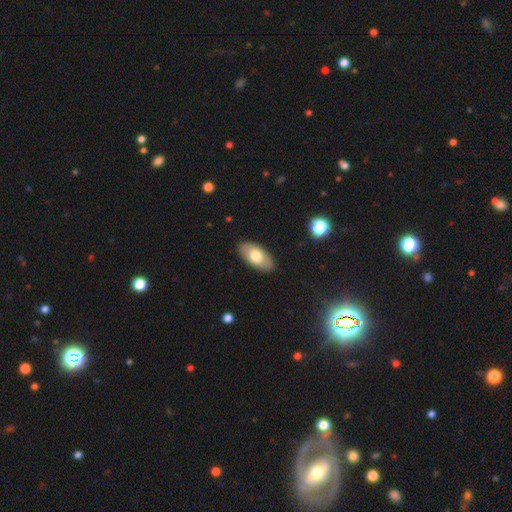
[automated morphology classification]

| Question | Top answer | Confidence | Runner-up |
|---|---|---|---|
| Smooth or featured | smooth | 69% | featured or disk (25%) |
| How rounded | in between | 93% | cigar-shaped (4%) |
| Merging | none | 88% | minor disturbance (9%) |